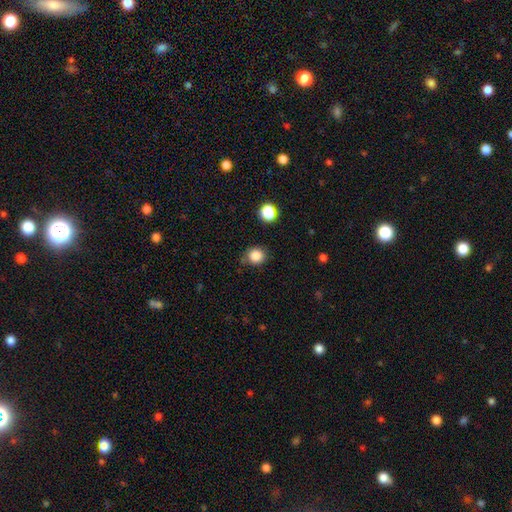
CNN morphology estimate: This appears to be a smooth galaxy with no disk features (85%) that is round (87%). Merging: none (79%).